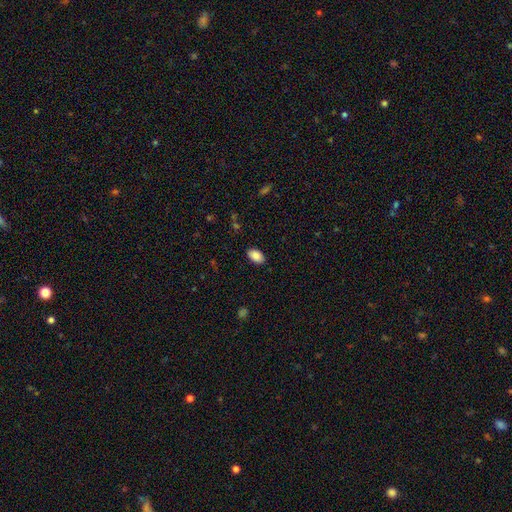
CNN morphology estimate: smooth_or_featured: smooth (p=0.89) [alt: star or artifact p=0.07]
how_rounded: in between (p=0.93) [alt: round p=0.05]
merging: none (p=0.88) [alt: minor disturbance p=0.09]